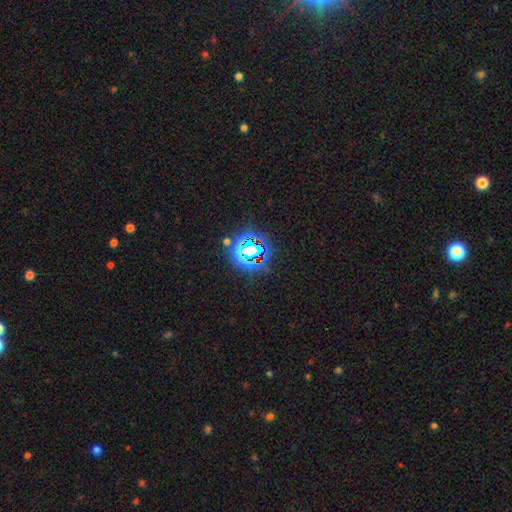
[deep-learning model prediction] Overall: star or artifact (83%).